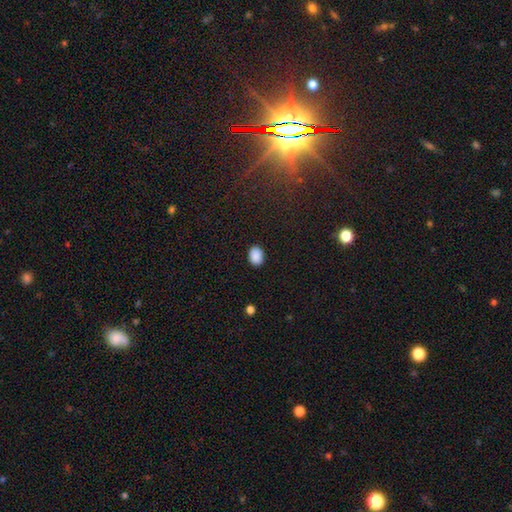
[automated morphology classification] A smooth galaxy with no disk features (89%) that is in between round and cigar-shaped (73%).

Vote fractions:
- Smooth or featured? smooth: 89% / star or artifact: 8% / featured or disk: 3%
- How rounded? in between: 73% / round: 26% / cigar-shaped: 1%
- Merging? none: 88% / minor disturbance: 8% / major disturbance: 2% / merger: 1%